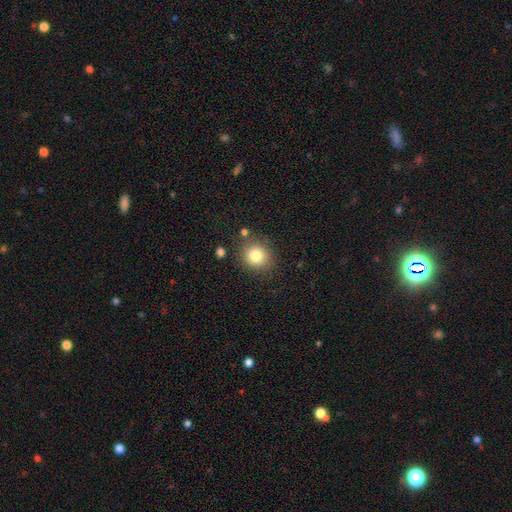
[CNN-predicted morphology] smooth-or-featured: smooth: 81% | star or artifact: 11% | featured or disk: 8%
  how-rounded: round: 86% | in between: 13% | cigar-shaped: 1%
  merging: none: 83% | minor disturbance: 10% | merger: 4% | major disturbance: 3%